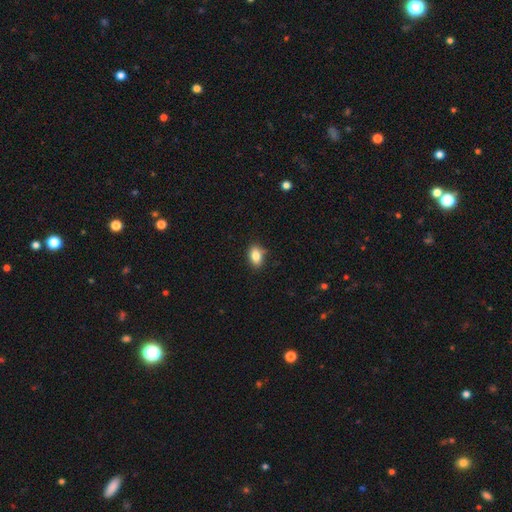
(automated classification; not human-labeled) Q: Smooth or featured?
A: smooth (84%); runner-up: star or artifact (9%)
Q: How rounded?
A: in between (83%); runner-up: round (15%)
Q: Merging?
A: none (80%); runner-up: minor disturbance (16%)